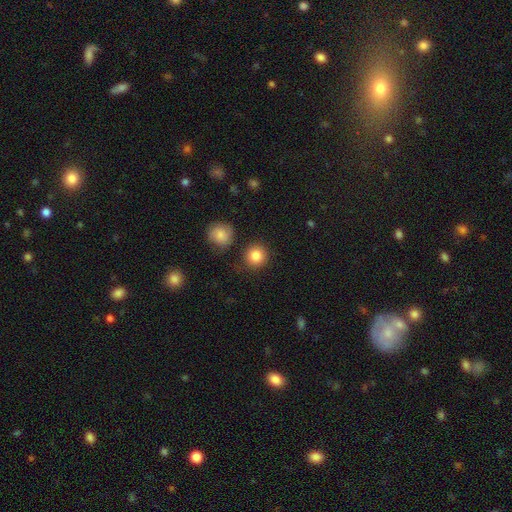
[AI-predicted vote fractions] Smooth or featured: smooth — 86% (star or artifact — 9%)
How rounded: round — 93% (in between — 6%)
Merging: none — 85% (minor disturbance — 8%)